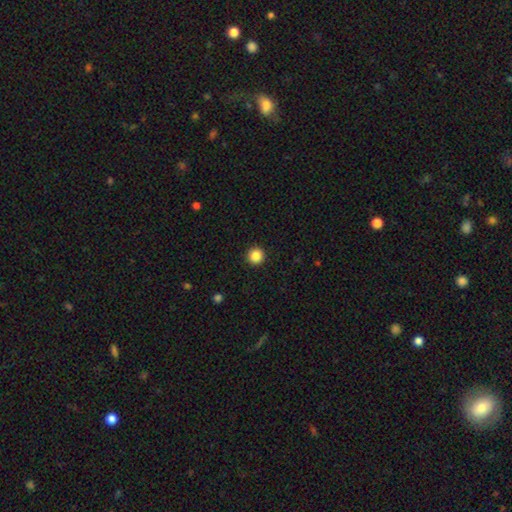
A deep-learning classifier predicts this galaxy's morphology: A smooth galaxy with no disk features (86%) that is round (96%). Merging: none (94%).